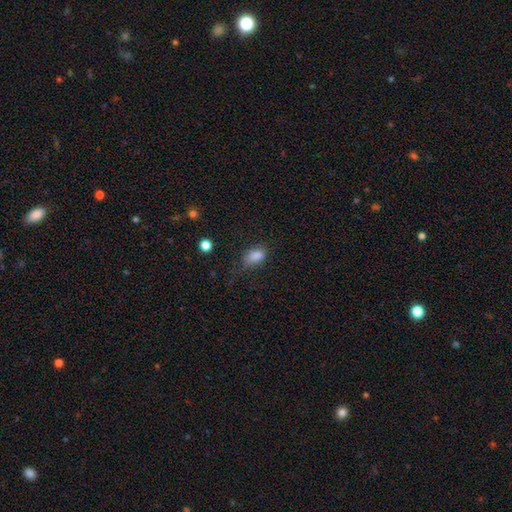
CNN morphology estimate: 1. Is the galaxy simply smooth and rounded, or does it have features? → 84% smooth, 10% star or artifact, 7% featured or disk.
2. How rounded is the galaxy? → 86% in between, 11% round, 3% cigar-shaped.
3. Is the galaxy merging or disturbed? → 55% none, 29% minor disturbance, 13% major disturbance, 3% merger.